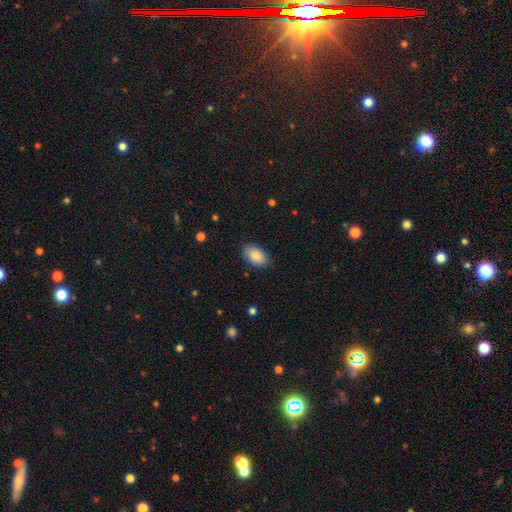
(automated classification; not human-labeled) A smooth galaxy with no disk features (87%) that is in between round and cigar-shaped (93%).

Vote fractions:
- Smooth or featured? smooth: 87% / featured or disk: 7% / star or artifact: 6%
- How rounded? in between: 93% / round: 5% / cigar-shaped: 1%
- Merging? none: 84% / minor disturbance: 12% / major disturbance: 3% / merger: 1%